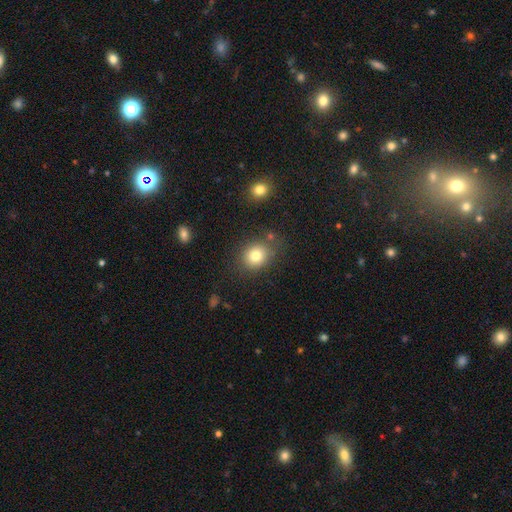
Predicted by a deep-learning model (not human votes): A smooth galaxy with no disk features (80%) that is round (68%). Merging: none (76%).